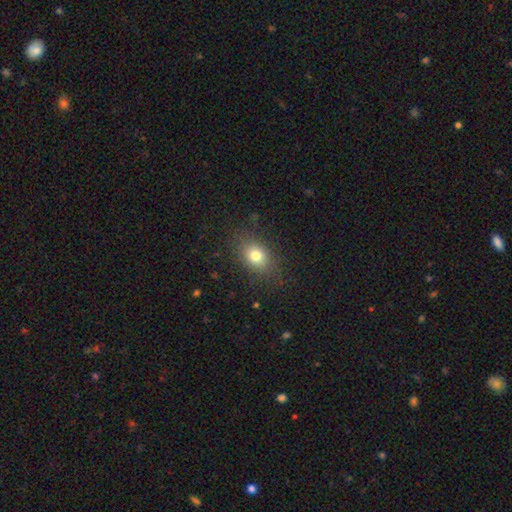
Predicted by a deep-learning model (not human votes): Overall: smooth (77%). How rounded: in between (63%; round 36%). Merging: none (82%).